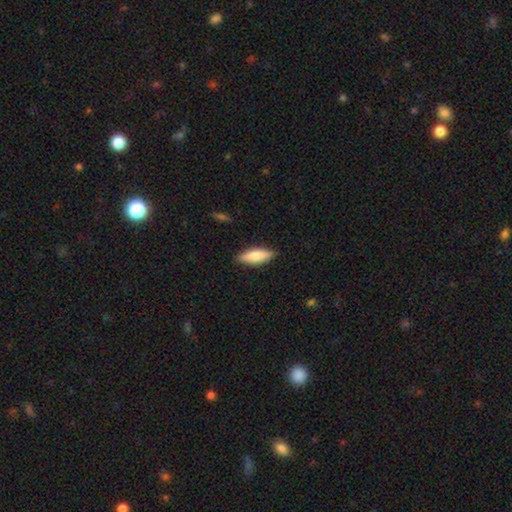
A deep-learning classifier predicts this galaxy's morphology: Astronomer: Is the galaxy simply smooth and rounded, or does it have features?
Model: smooth — 74%.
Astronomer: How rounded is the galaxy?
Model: in between — 54% (runner-up: cigar-shaped, 45%).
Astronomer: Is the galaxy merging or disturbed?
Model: none — 87%.